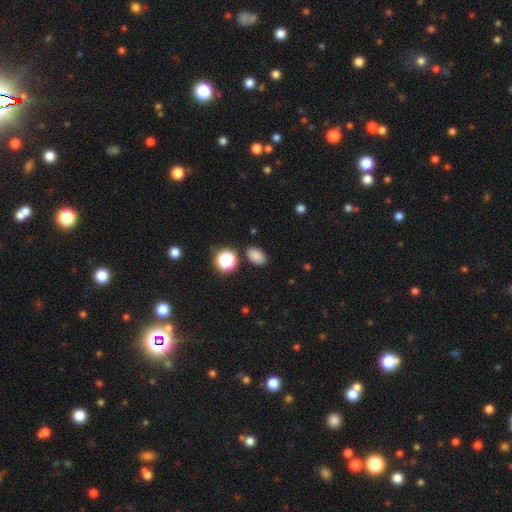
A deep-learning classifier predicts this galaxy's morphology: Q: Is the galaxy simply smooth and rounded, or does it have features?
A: smooth — 82%.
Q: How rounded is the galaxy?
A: in between — 86%.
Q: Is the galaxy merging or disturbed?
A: none — 85%.